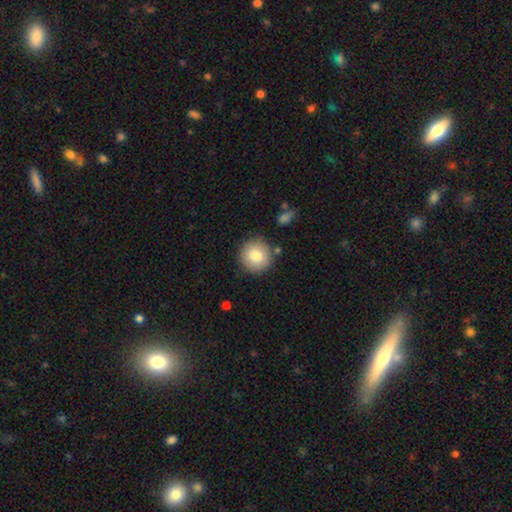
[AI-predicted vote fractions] This appears to be a smooth galaxy with no disk features (81%) that is round (94%). Merging: none (86%).